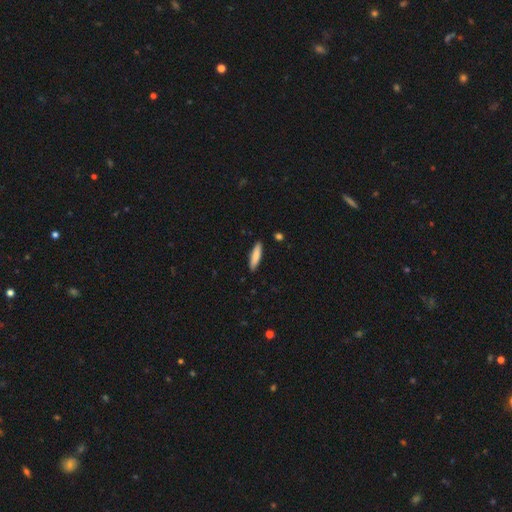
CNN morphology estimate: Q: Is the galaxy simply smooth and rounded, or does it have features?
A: smooth — 83%.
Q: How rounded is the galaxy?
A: cigar-shaped — 76%.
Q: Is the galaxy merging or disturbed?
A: none — 90%.